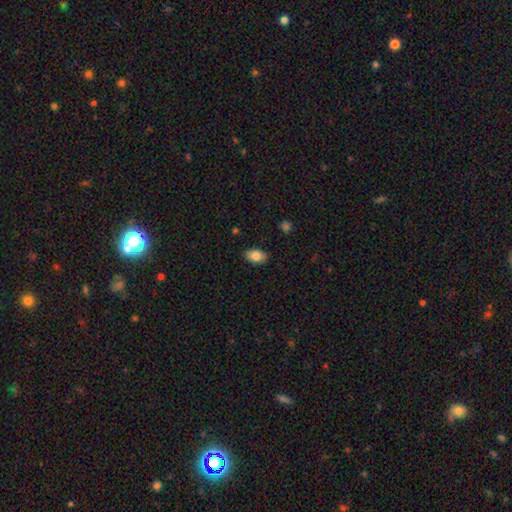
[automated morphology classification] type=smooth (84%); roundness=in between (89%); merging=none (84%).